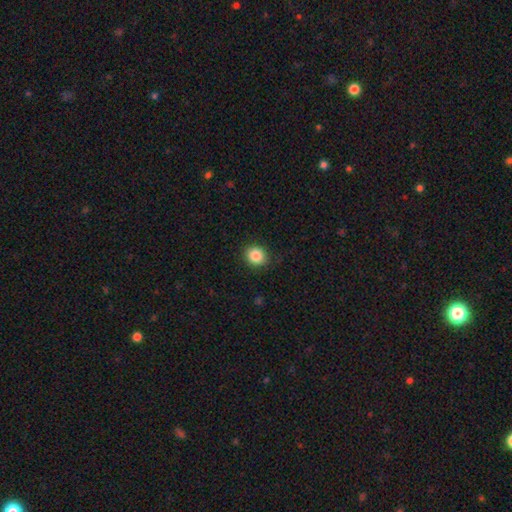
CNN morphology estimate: Overall: smooth (86%). How rounded: round (83%). Merging: none (89%).